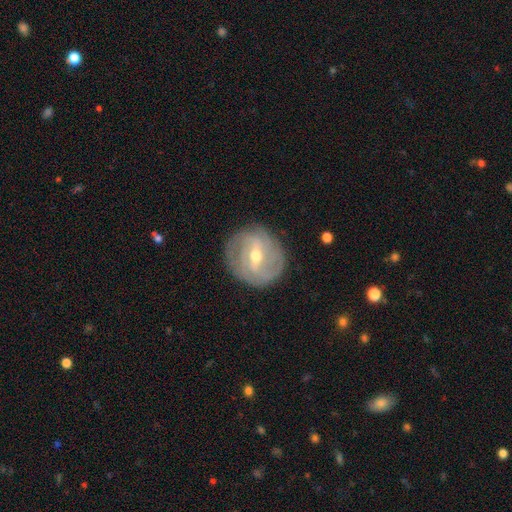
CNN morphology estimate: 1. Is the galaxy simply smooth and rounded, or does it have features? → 79% featured or disk, 15% smooth, 6% star or artifact.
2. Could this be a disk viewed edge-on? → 95% no, 5% yes.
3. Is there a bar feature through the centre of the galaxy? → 46% weak, 41% strong, 13% no.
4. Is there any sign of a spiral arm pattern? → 82% yes, 18% no.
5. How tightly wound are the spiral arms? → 60% tight, 29% medium, 11% loose.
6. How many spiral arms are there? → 36% 2, 35% can't tell, 15% 3, 6% 4, 4% 1, 4% more than 4.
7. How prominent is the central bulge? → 59% moderate, 37% small, 2% large, 1% none, 1% dominant.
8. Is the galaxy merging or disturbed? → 83% none, 12% minor disturbance, 4% major disturbance, 1% merger.